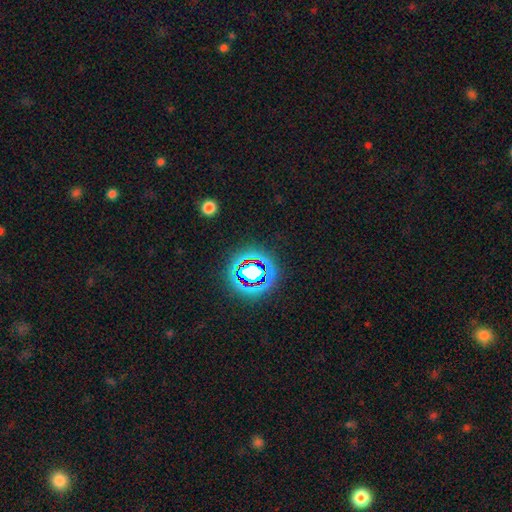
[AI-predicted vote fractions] Smooth or featured? star or artifact (77%)